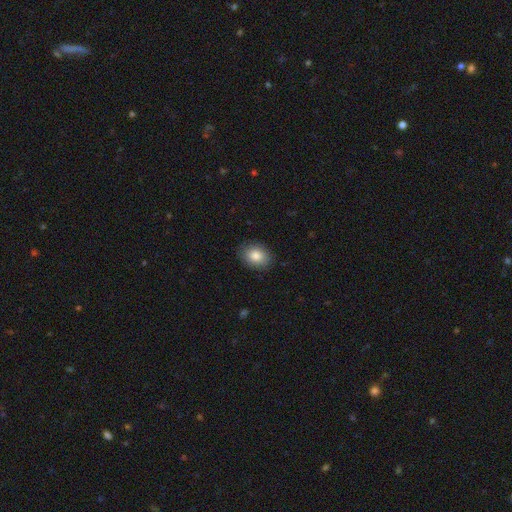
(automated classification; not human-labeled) The model was most divided on "how rounded": in between: 57%, round: 43%, cigar-shaped: 1%. More confident: merging — none (87%); smooth or featured — smooth (84%).